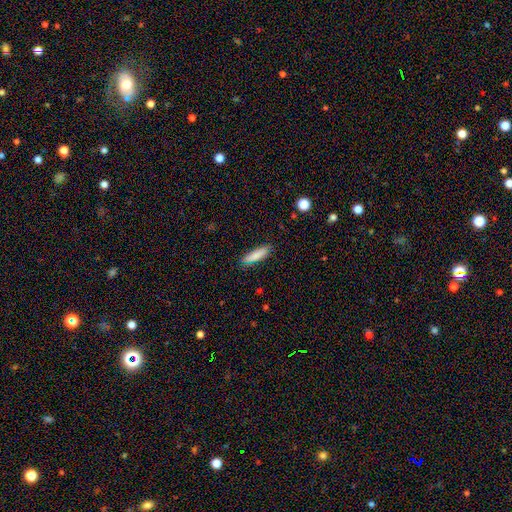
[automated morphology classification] smooth_or_featured: smooth (p=0.84) [alt: featured or disk p=0.09]
how_rounded: cigar-shaped (p=0.66) [alt: in between p=0.32]
merging: none (p=0.85) [alt: minor disturbance p=0.11]